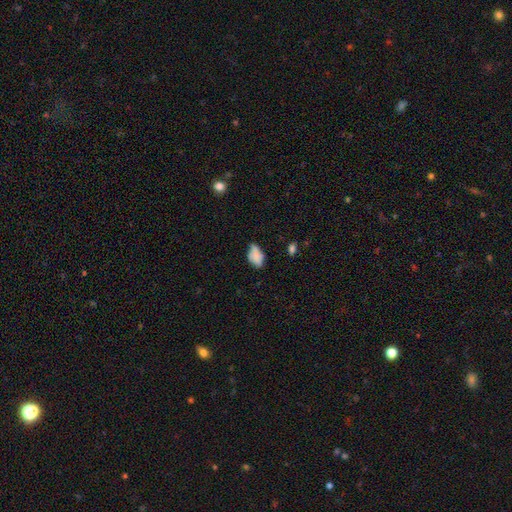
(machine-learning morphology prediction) Overall: smooth (74%). How rounded: in between (90%). Merging: none (44%; minor disturbance 39%).